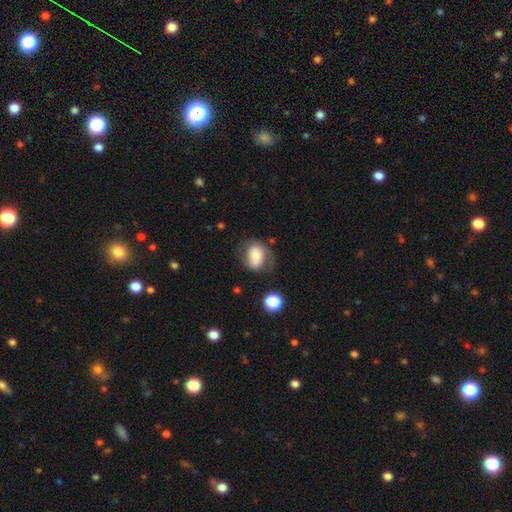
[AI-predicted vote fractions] This appears to be a smooth galaxy with no disk features (59%) that is in between round and cigar-shaped (61%). Merging: none (48%).